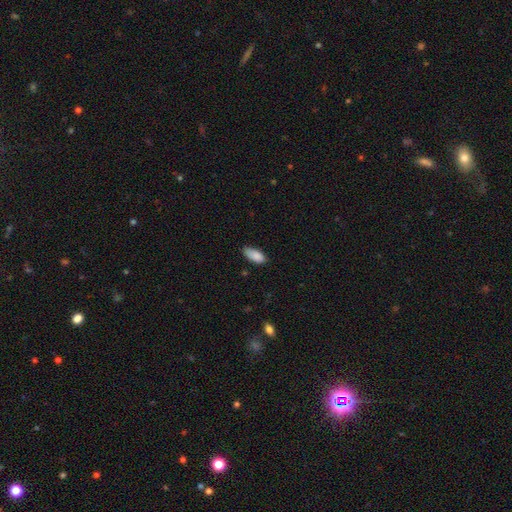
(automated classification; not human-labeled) A smooth galaxy with no disk features (88%) that is in between round and cigar-shaped (89%).

Vote fractions:
- Smooth or featured? smooth: 88% / star or artifact: 7% / featured or disk: 5%
- How rounded? in between: 89% / cigar-shaped: 9% / round: 2%
- Merging? none: 72% / minor disturbance: 24% / major disturbance: 3% / merger: 1%